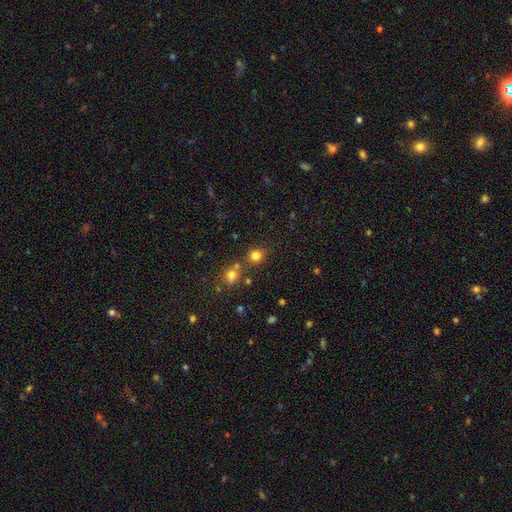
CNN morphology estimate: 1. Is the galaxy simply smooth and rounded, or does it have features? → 78% smooth, 16% star or artifact, 6% featured or disk.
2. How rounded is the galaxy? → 85% round, 14% in between, 1% cigar-shaped.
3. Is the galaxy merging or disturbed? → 73% none, 14% merger, 10% minor disturbance, 4% major disturbance.